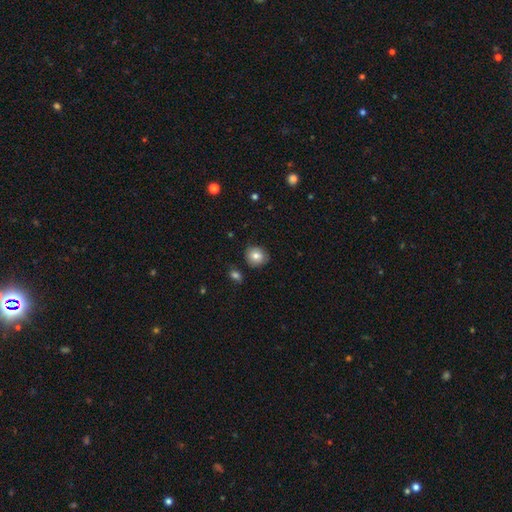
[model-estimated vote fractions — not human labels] Morphology: type=smooth (81%); roundness=round (81%); merging=none (83%).